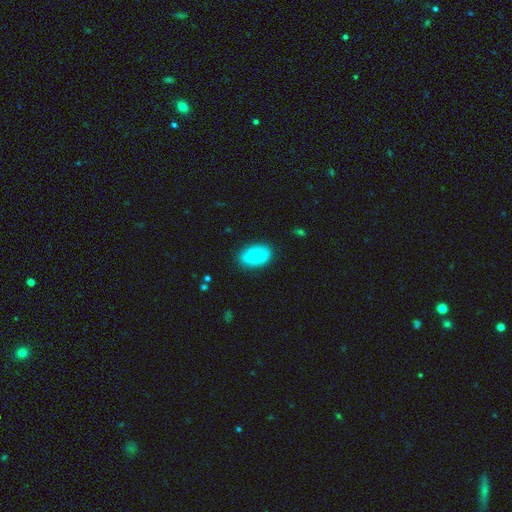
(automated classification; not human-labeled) smooth-or-featured: smooth: 72% | featured or disk: 20% | star or artifact: 8%
  how-rounded: in between: 88% | round: 11% | cigar-shaped: 1%
  merging: none: 80% | minor disturbance: 15% | major disturbance: 4% | merger: 1%